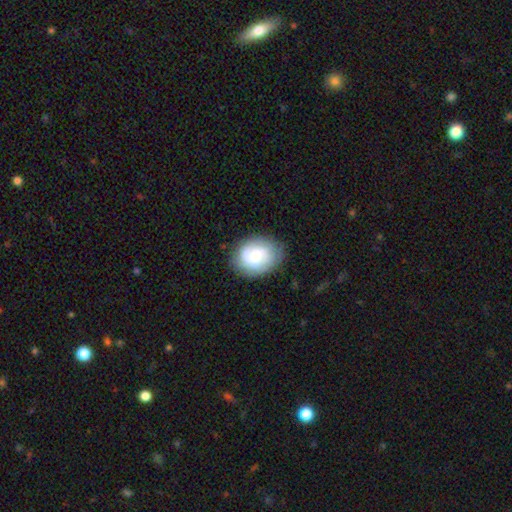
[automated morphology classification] smooth_or_featured: featured or disk (p=0.46) [tied with: smooth p=0.46]
merging: none (p=0.77) [alt: minor disturbance p=0.16]